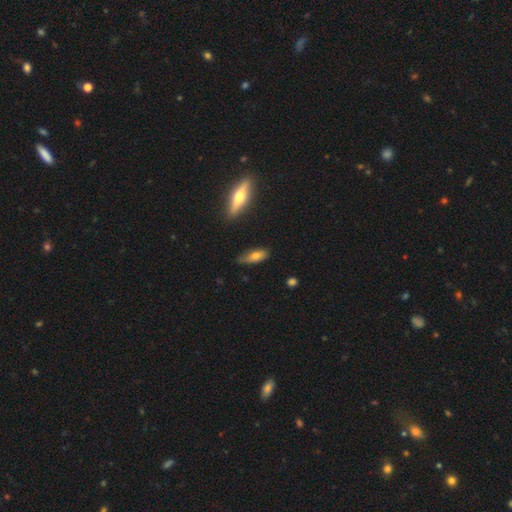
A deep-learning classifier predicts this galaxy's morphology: This appears to be a smooth galaxy with no disk features (67%) that is in between round and cigar-shaped (66%). Merging: none (67%).